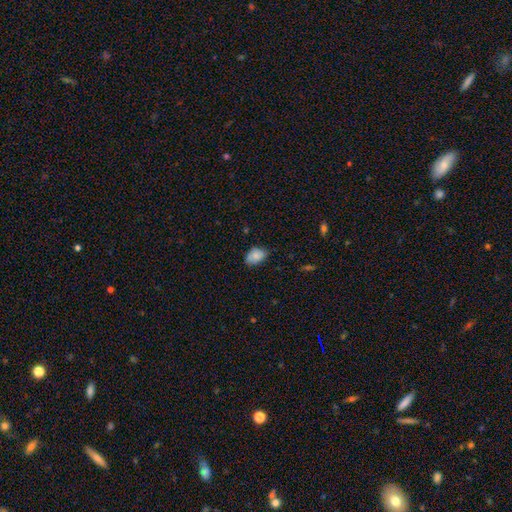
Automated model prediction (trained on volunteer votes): The model was most divided on "merging": none: 71%, minor disturbance: 24%, major disturbance: 3%, merger: 1%. More confident: how rounded — in between (88%); smooth or featured — smooth (83%).